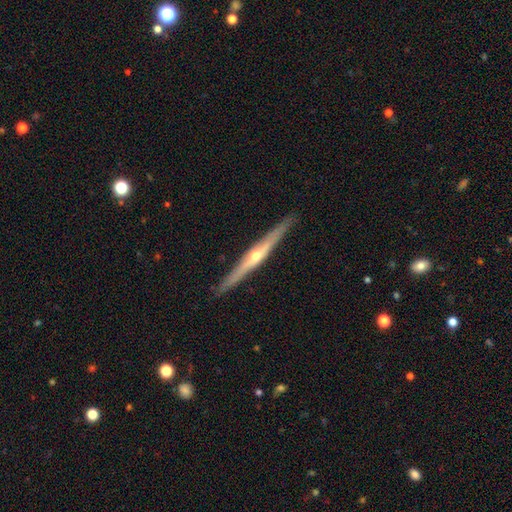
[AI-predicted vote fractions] A featured or disk galaxy (79%) viewed edge-on (98%) with a rounded central bulge (87%). Merging: none (92%).